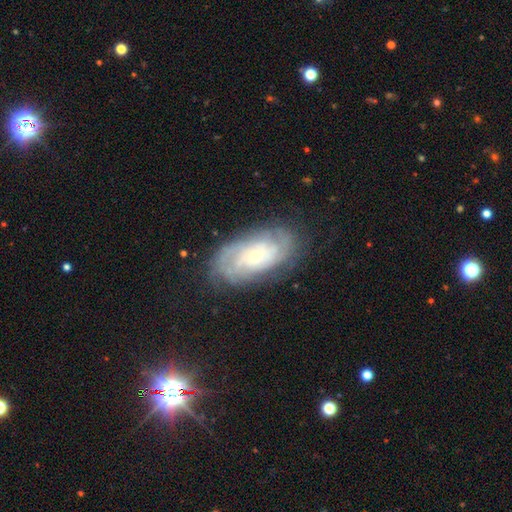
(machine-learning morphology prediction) This appears to be a featured or disk galaxy (74%) with no bar (77%), tight (67%) spiral arms (89%) and a small central bulge (68%). Merging: none (74%).